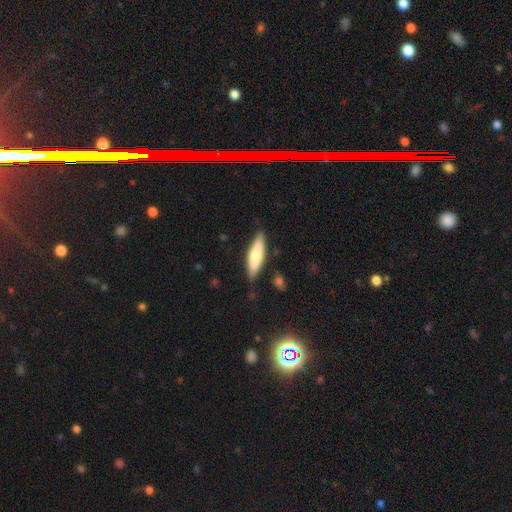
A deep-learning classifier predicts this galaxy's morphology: This appears to be a smooth galaxy with no disk features (67%) that is cigar-shaped (65%). Merging: none (83%).